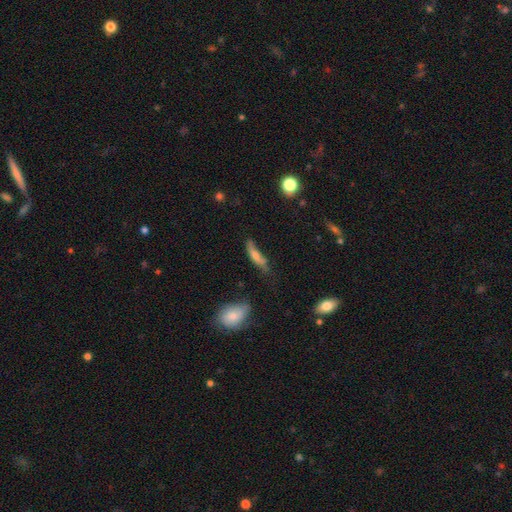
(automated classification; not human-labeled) Smooth or featured? smooth (57%)
How rounded? cigar-shaped (67%)
Merging? none (47%)